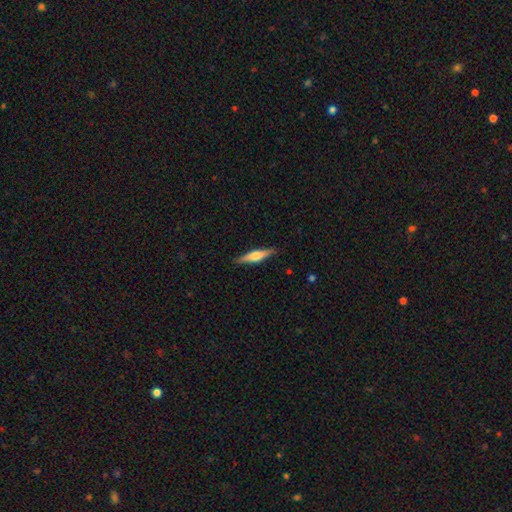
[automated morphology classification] Smooth or featured? featured or disk (57%)
Edge-on disk? yes (97%)
Edge-on bulge? rounded (86%)
Merging? none (89%)